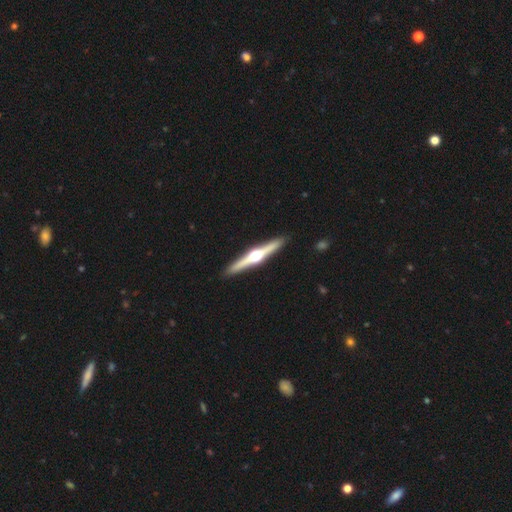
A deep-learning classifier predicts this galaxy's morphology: Smooth or featured: featured or disk — 80% (smooth — 16%)
Edge-on disk: yes — 98% (no — 2%)
Edge-on bulge: rounded — 96% (boxy — 2%)
Merging: none — 93% (minor disturbance — 5%)